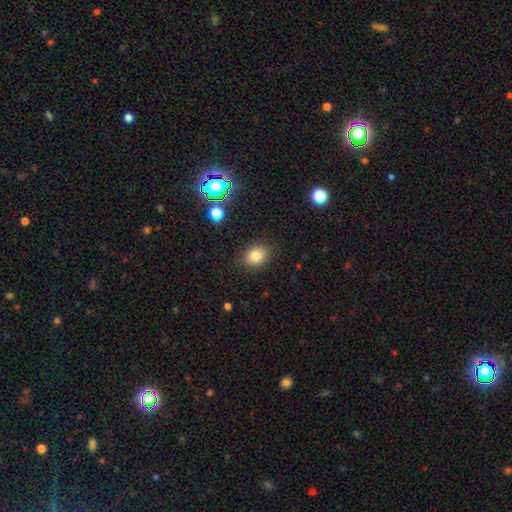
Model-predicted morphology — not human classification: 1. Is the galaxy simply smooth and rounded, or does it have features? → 80% smooth, 13% star or artifact, 7% featured or disk.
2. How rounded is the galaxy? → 58% in between, 41% round, 1% cigar-shaped.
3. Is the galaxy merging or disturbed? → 86% none, 10% minor disturbance, 3% major disturbance, 2% merger.